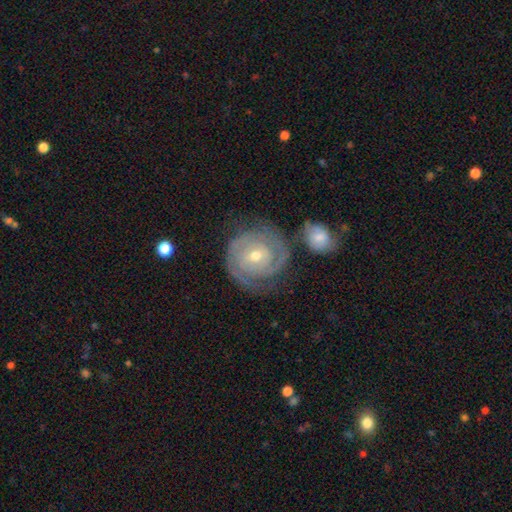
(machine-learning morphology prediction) A featured or disk galaxy (87%) with no bar (65%), 2 (59%) tight (80%) spiral arms (96%) and a moderate central bulge (52%). Merging: none (69%).